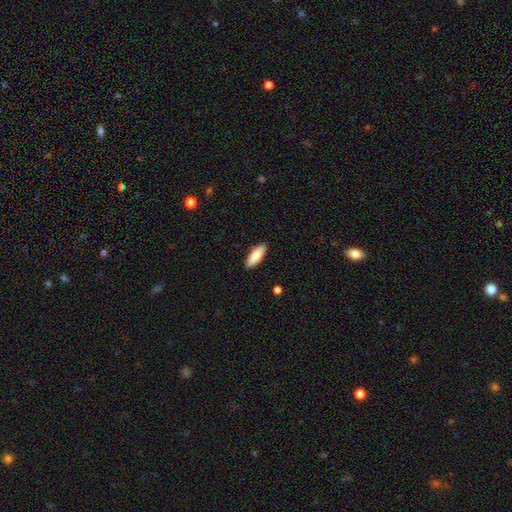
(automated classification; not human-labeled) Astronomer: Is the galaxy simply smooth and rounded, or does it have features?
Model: smooth — 84%.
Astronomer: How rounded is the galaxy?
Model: in between — 65%.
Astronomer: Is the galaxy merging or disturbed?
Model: none — 90%.